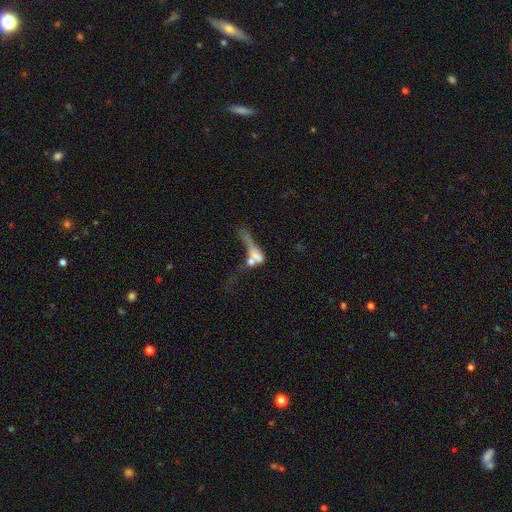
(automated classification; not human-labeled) Smooth or featured: smooth — 48% (featured or disk — 39%)
Merging: merger — 45% (major disturbance — 36%)